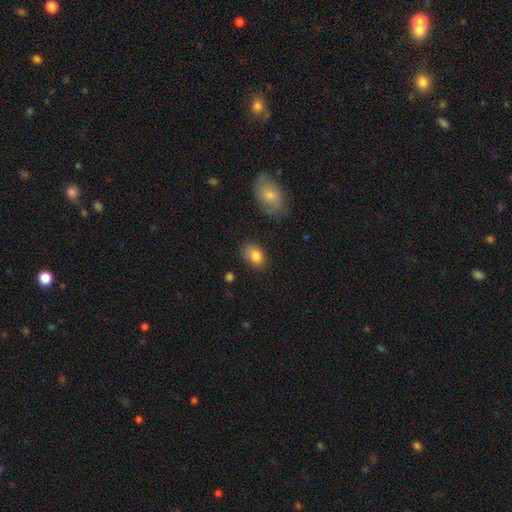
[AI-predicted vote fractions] Smooth or featured? Predicted: smooth (p=0.83). How rounded? Predicted: in between (p=0.83). Merging? Predicted: none (p=0.72).